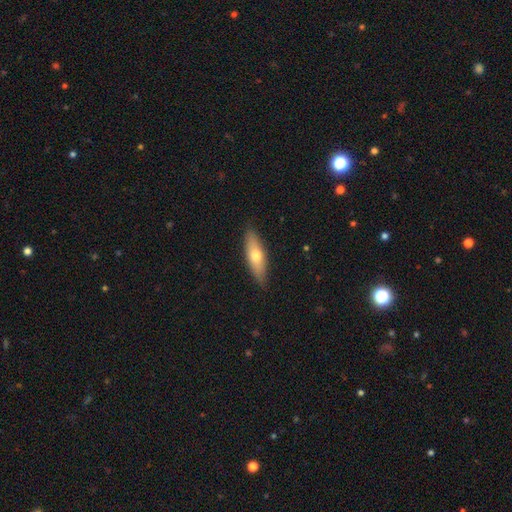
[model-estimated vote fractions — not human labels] Smooth or featured: smooth — 62% (featured or disk — 32%)
How rounded: in between — 49% (cigar-shaped — 48%)
Merging: none — 86% (minor disturbance — 11%)